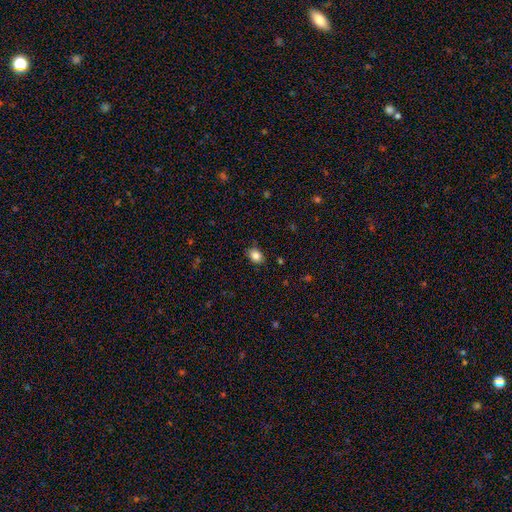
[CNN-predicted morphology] This is clearly a smooth galaxy (85%). How rounded: likely in between (62%). Merging: clearly none (82%).